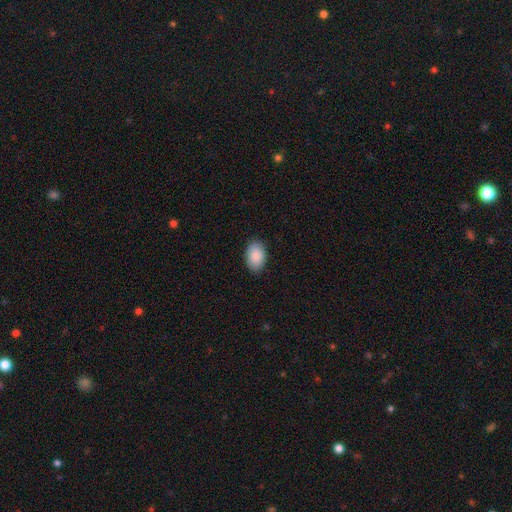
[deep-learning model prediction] Q: Smooth or featured?
A: smooth (89%); runner-up: star or artifact (6%)
Q: How rounded?
A: in between (91%); runner-up: round (8%)
Q: Merging?
A: none (88%); runner-up: minor disturbance (9%)